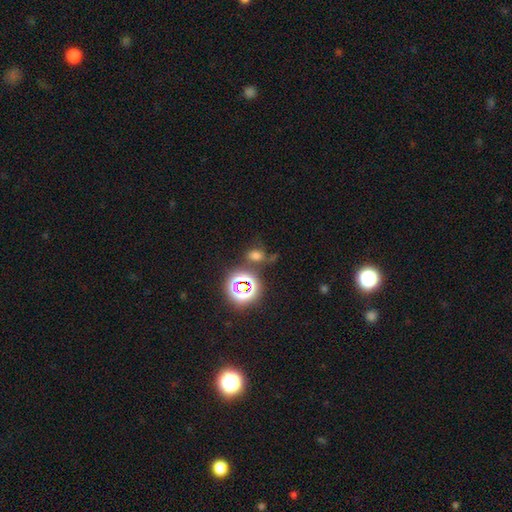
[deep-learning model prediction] Morphology: type=smooth (54%); roundness=in between (57%); merging=none (54%).